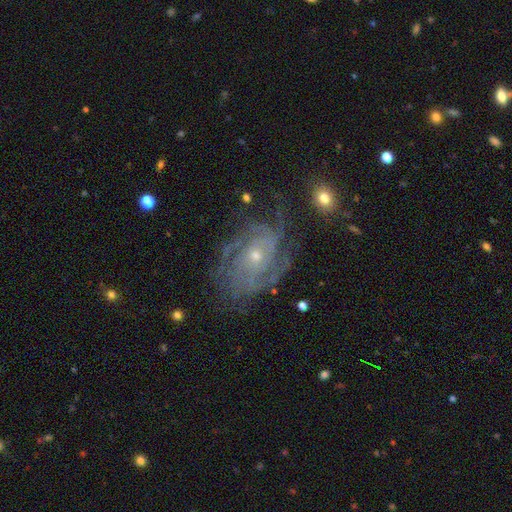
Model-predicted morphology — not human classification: This appears to be a featured or disk galaxy (84%) with no bar (76%), tight (64%) spiral arms (95%) and a small central bulge (68%). Merging: none (71%).